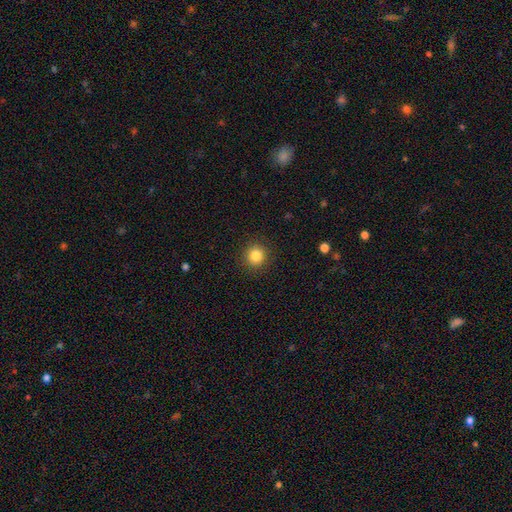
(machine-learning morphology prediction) type=smooth (84%); roundness=round (93%); merging=none (91%).